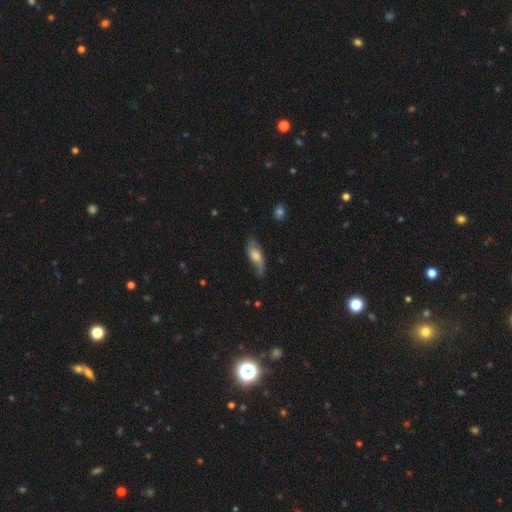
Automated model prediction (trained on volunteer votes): Smooth or featured: smooth — 51% (featured or disk — 42%)
How rounded: in between — 65% (cigar-shaped — 32%)
Merging: none — 59% (minor disturbance — 30%)